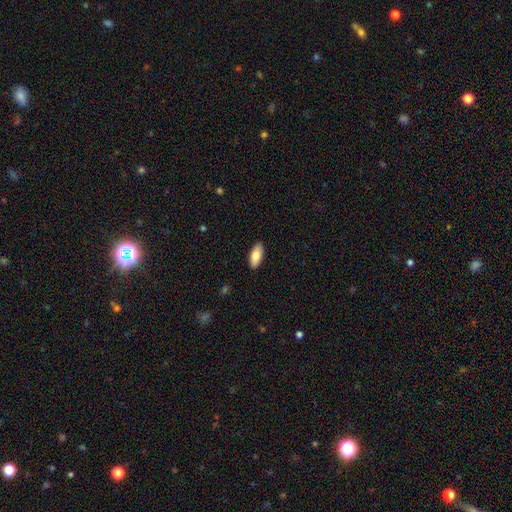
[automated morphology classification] Smooth or featured? Predicted: smooth (p=0.81). How rounded? Predicted: in between (p=0.86). Merging? Predicted: none (p=0.89).